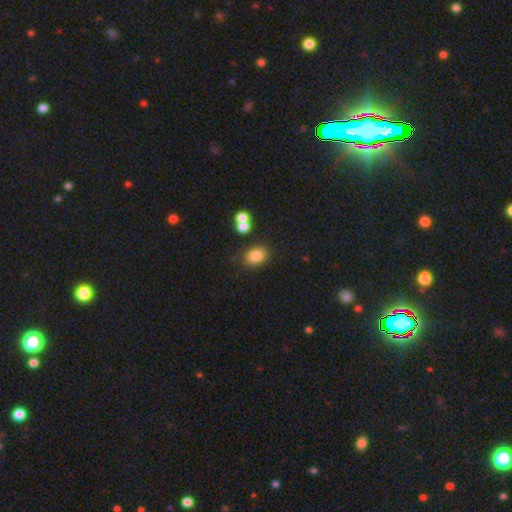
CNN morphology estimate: Smooth or featured: smooth — 83% (star or artifact — 10%)
How rounded: in between — 75% (round — 24%)
Merging: none — 76% (minor disturbance — 11%)